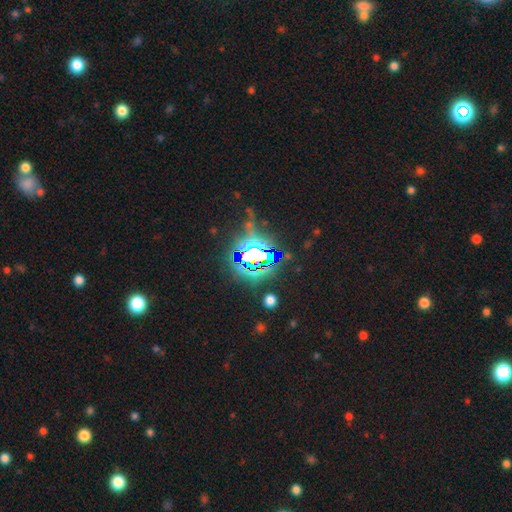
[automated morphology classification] star or artifact 75%, smooth 14%, featured or disk 11%.